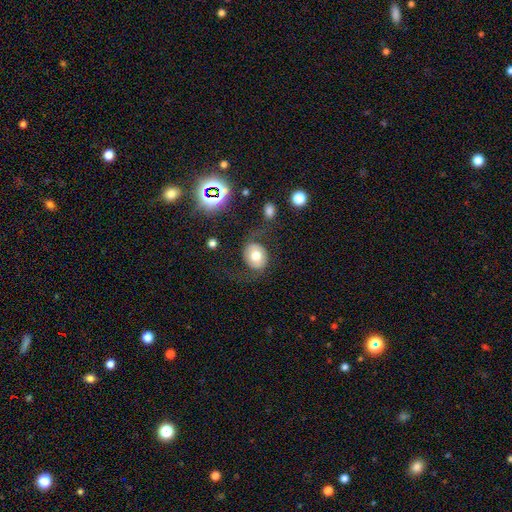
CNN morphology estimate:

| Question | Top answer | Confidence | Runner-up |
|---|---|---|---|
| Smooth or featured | smooth | 60% | featured or disk (31%) |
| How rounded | round | 56% | in between (43%) |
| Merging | none | 65% | minor disturbance (16%) |